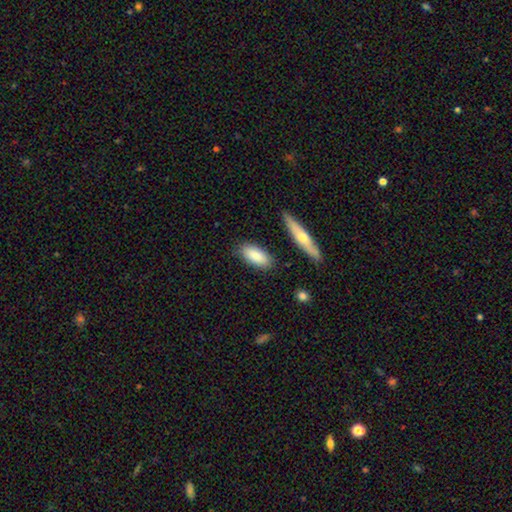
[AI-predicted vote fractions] smooth-or-featured: smooth: 84% | featured or disk: 10% | star or artifact: 6%
  how-rounded: in between: 80% | cigar-shaped: 17% | round: 2%
  merging: none: 82% | minor disturbance: 12% | merger: 4% | major disturbance: 3%